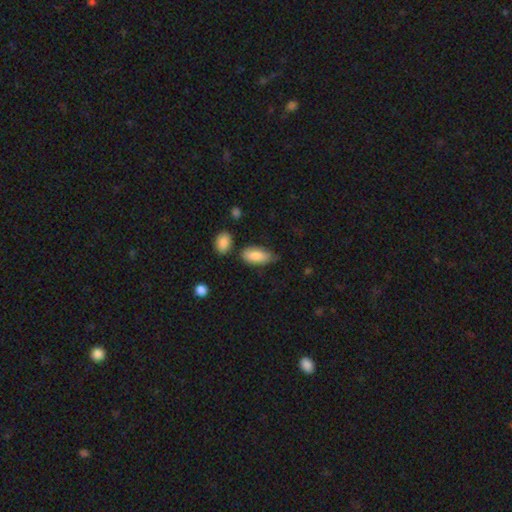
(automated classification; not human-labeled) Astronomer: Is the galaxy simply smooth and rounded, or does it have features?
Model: smooth — 85%.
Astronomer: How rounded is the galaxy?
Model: in between — 86%.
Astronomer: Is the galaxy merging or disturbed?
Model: none — 57%.